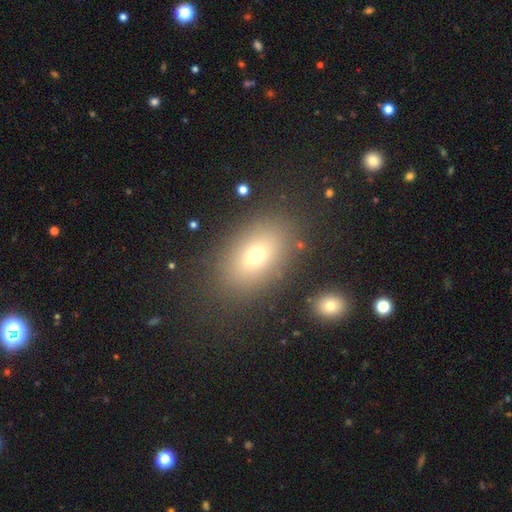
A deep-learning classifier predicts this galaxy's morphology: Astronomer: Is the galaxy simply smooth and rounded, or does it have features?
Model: smooth — 69%.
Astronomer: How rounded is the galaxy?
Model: in between — 83%.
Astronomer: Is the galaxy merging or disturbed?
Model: none — 82%.